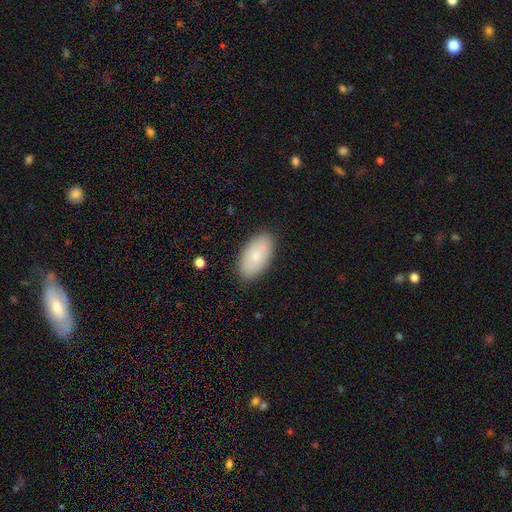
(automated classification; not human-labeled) Smooth or featured? smooth (79%)
How rounded? in between (95%)
Merging? none (87%)